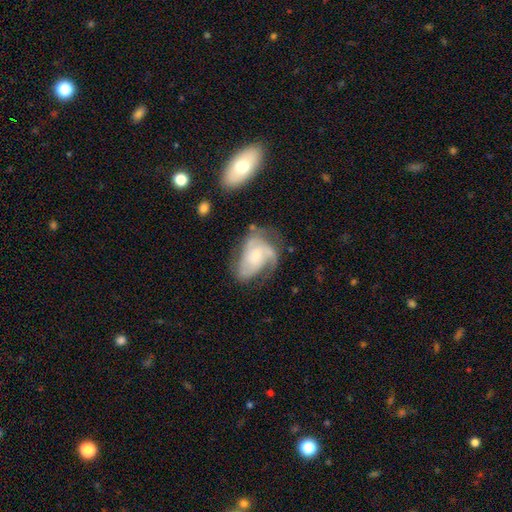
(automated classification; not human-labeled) smooth-or-featured: featured or disk: 73% | smooth: 20% | star or artifact: 7%
  disk-edge-on: no: 97% | yes: 3%
    bar: no: 66% | weak: 28% | strong: 6%
    has-spiral-arms: yes: 89% | no: 11%
      spiral-winding: medium: 44% | tight: 33% | loose: 23%
      spiral-arm-count: 2: 30% (tied) | 3: 30% (tied) | can't tell: 23% | 1: 9% | 4: 5% | more than 4: 4%
    bulge-size: small: 47% | moderate: 30% | none: 14% | large: 7% | dominant: 2%
  merging: none: 41% | major disturbance: 29% | minor disturbance: 25% | merger: 5%